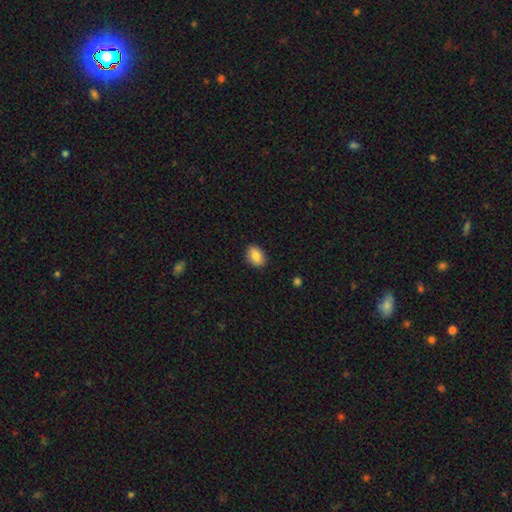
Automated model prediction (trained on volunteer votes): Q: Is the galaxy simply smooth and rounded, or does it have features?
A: smooth — 85%.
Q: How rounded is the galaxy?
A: in between — 74%.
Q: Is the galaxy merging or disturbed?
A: none — 88%.